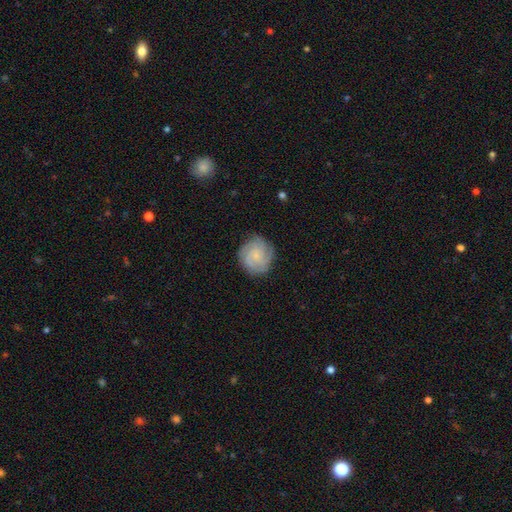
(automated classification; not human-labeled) A featured or disk galaxy (73%) with no bar (72%), 3 (34%) tight (70%) spiral arms (96%) and a small central bulge (70%). Merging: none (82%).